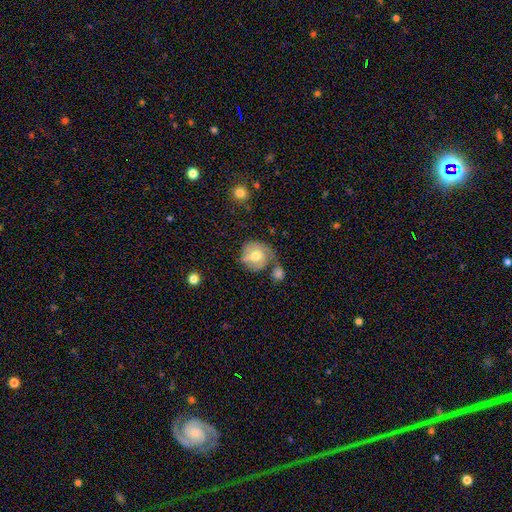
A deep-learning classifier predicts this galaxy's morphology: Q: Smooth or featured?
A: featured or disk (47%); runner-up: smooth (46%)
Q: Merging?
A: none (42%); runner-up: minor disturbance (23%)